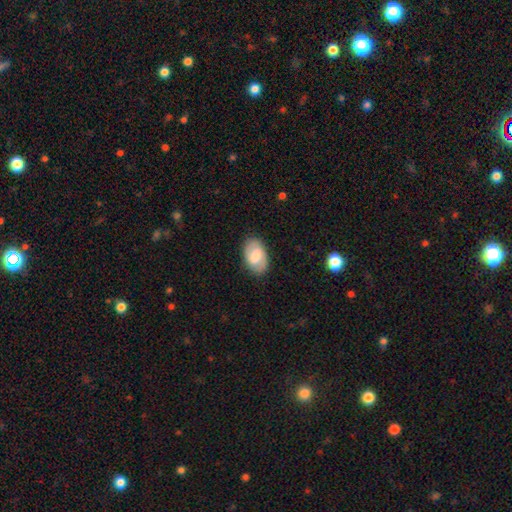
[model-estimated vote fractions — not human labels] Q: Smooth or featured?
A: smooth (48%); runner-up: featured or disk (46%)
Q: Merging?
A: none (84%); runner-up: minor disturbance (12%)